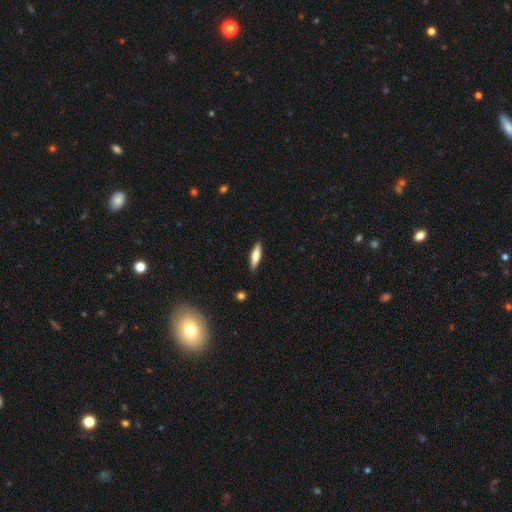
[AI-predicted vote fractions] Smooth or featured?
  - smooth: 68% *
  - featured or disk: 26%
  - star or artifact: 6%
How rounded?
  - cigar-shaped: 67% *
  - in between: 31%
  - round: 2%
Merging?
  - none: 89% *
  - minor disturbance: 8%
  - major disturbance: 2%
  - merger: 1%